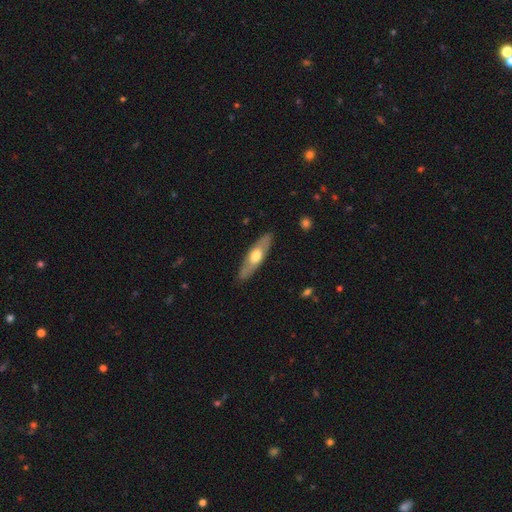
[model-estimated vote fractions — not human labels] Q: Smooth or featured?
A: featured or disk (48%); runner-up: smooth (47%)
Q: Merging?
A: none (86%); runner-up: minor disturbance (11%)